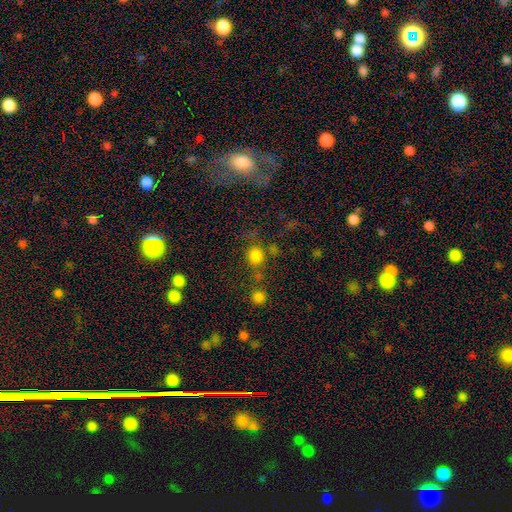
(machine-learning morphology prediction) Q: Smooth or featured?
A: smooth (76%); runner-up: star or artifact (18%)
Q: How rounded?
A: round (84%); runner-up: in between (15%)
Q: Merging?
A: none (65%); runner-up: merger (17%)